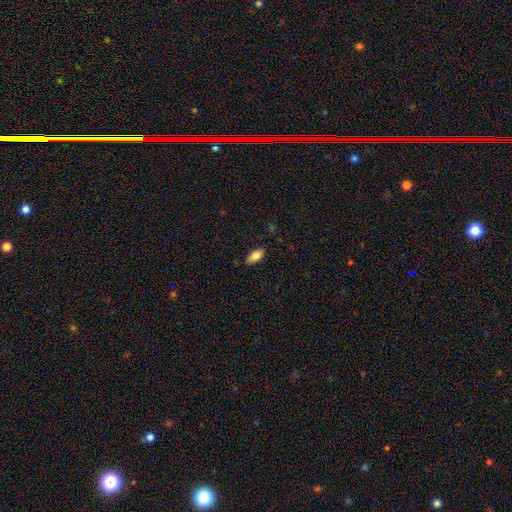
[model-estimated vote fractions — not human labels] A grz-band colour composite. It shows a smooth galaxy with no disk features (80%) that is in between round and cigar-shaped (89%). Merging: none (85%).